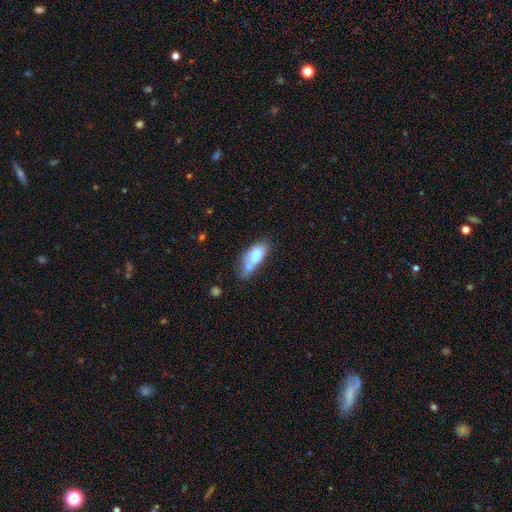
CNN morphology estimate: This appears to be a smooth galaxy with no disk features (72%) that is in between round and cigar-shaped (83%). Merging: merger (41%).